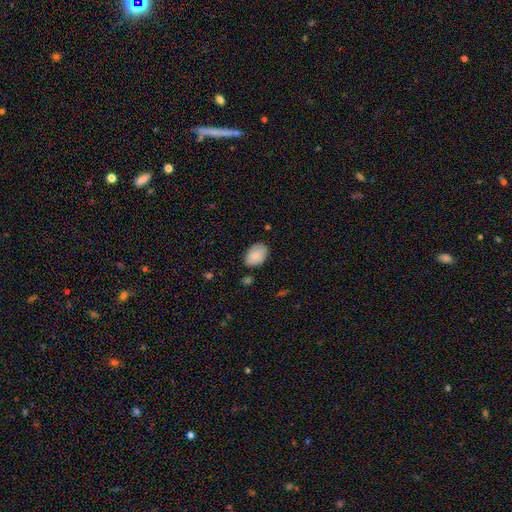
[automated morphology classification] This appears to be a smooth galaxy with no disk features (83%) that is in between round and cigar-shaped (85%). Merging: none (78%).